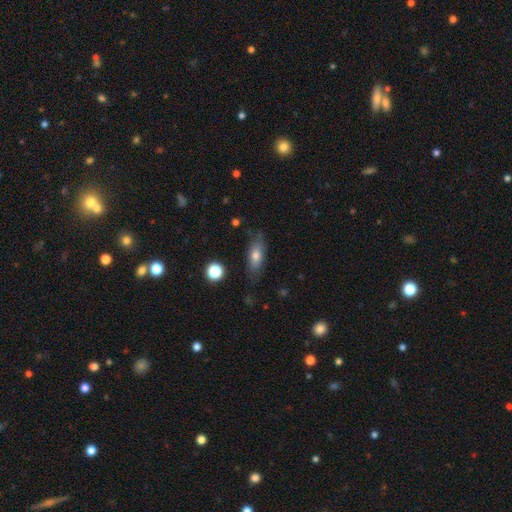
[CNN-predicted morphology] type=smooth (72%); roundness=in between (77%); merging=none (73%).